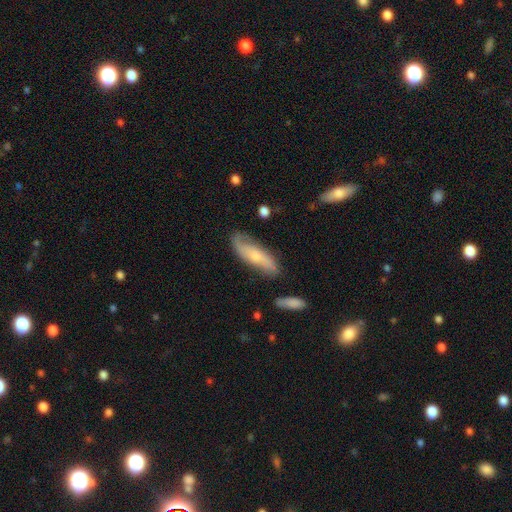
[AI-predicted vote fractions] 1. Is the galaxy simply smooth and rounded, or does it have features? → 60% featured or disk, 34% smooth, 6% star or artifact.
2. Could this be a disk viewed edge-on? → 80% no, 20% yes.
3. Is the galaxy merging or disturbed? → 66% none, 23% minor disturbance, 8% major disturbance, 3% merger.